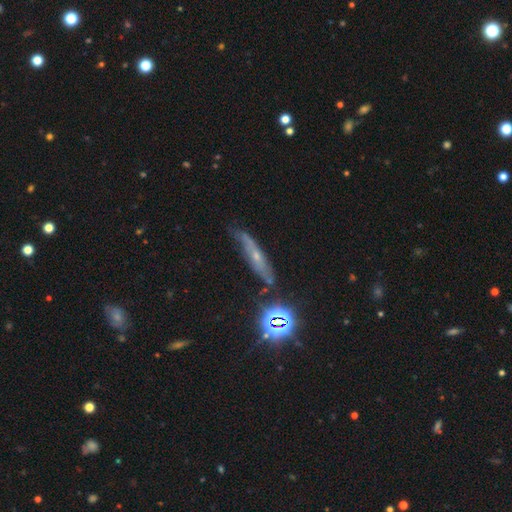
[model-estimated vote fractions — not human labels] Overall: featured or disk (51%; smooth 29%). Edge-on disk: yes (61%; no 39%). Merging: none (57%; minor disturbance 30%).